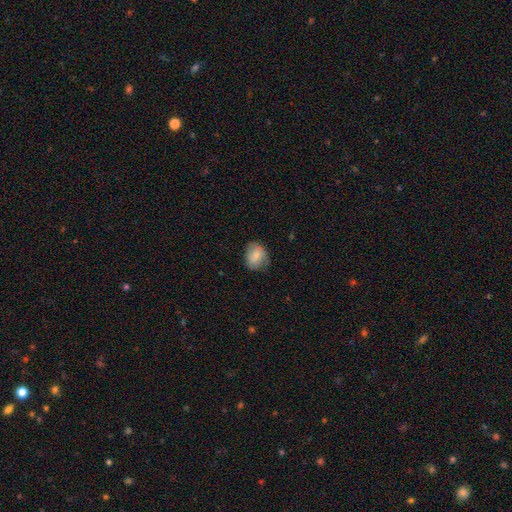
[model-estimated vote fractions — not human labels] Q: Smooth or featured?
A: smooth (72%); runner-up: featured or disk (21%)
Q: How rounded?
A: in between (52%); runner-up: round (47%)
Q: Merging?
A: none (63%); runner-up: minor disturbance (28%)